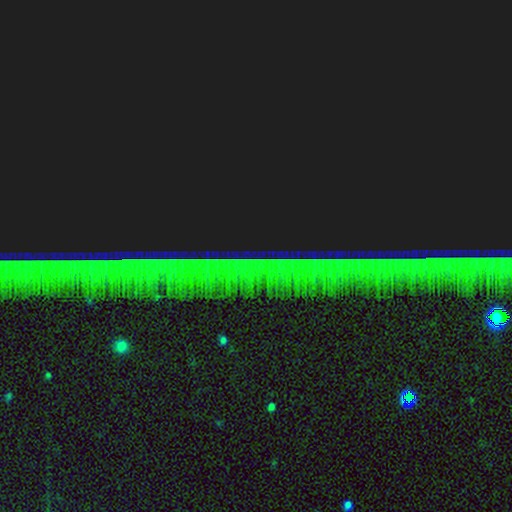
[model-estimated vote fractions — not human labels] Q: Smooth or featured?
A: star or artifact (85%); runner-up: featured or disk (8%)